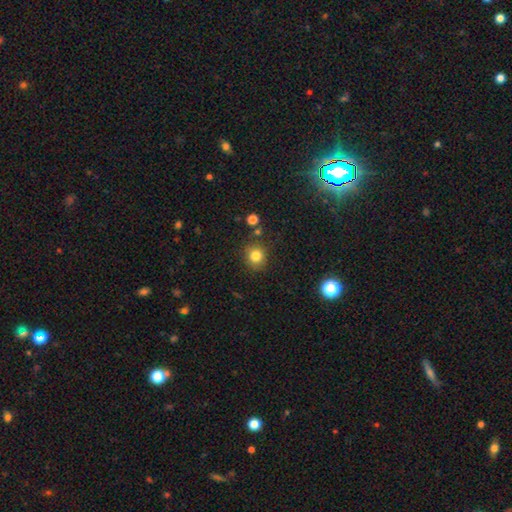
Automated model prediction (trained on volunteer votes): Smooth or featured: smooth — 81% (star or artifact — 13%)
How rounded: round — 84% (in between — 15%)
Merging: none — 84% (minor disturbance — 9%)